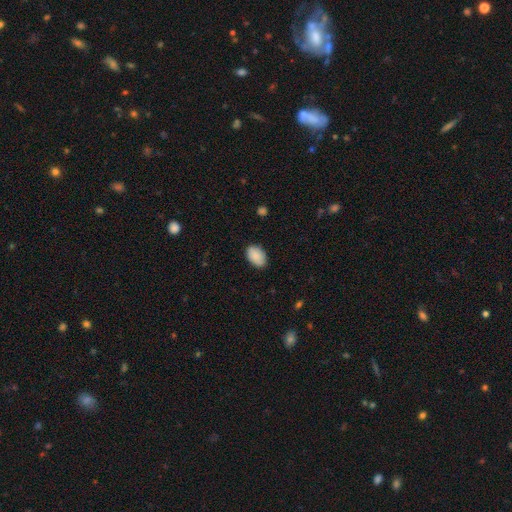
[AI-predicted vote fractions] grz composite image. It shows a smooth galaxy with no disk features (89%) that is in between round and cigar-shaped (90%). Merging: none (84%).